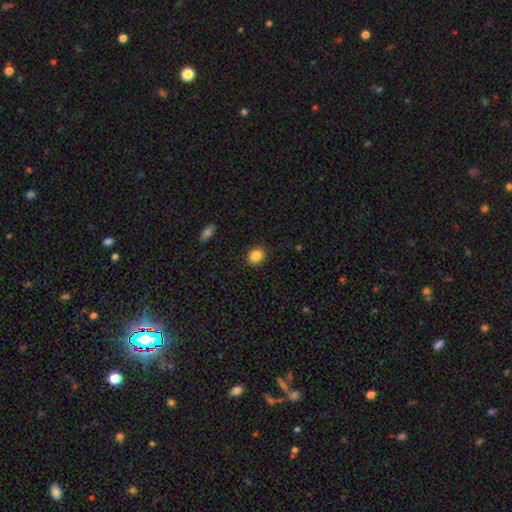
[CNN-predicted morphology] Q: Smooth or featured?
A: smooth (85%); runner-up: star or artifact (10%)
Q: How rounded?
A: round (79%); runner-up: in between (20%)
Q: Merging?
A: none (89%); runner-up: minor disturbance (8%)